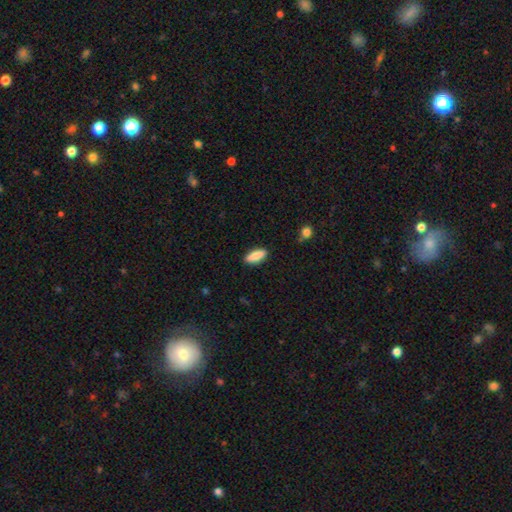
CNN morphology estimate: smooth 82%, featured or disk 12%, star or artifact 7%. Down the decision tree: how rounded — in between (68%); merging — none (86%).